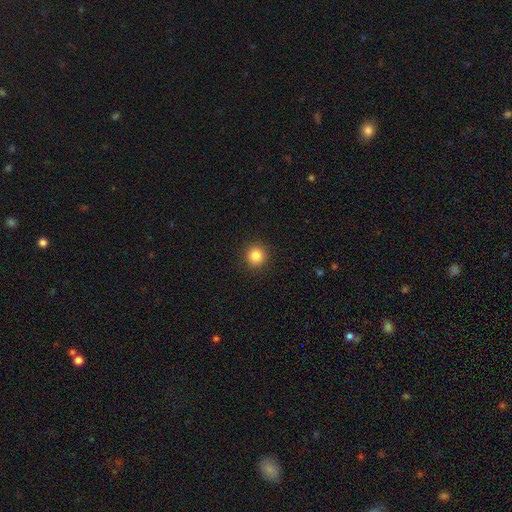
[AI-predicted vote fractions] smooth_or_featured: smooth (p=0.85) [alt: star or artifact p=0.10]
how_rounded: round (p=0.94) [alt: in between p=0.05]
merging: none (p=0.92) [alt: minor disturbance p=0.05]